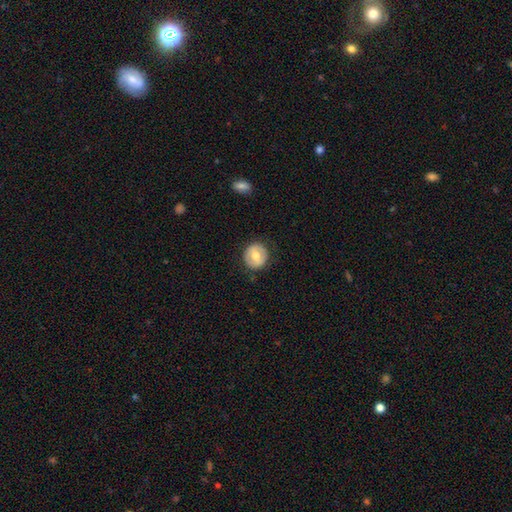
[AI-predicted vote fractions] Morphology: type=smooth (59%); roundness=round (86%); merging=none (86%).